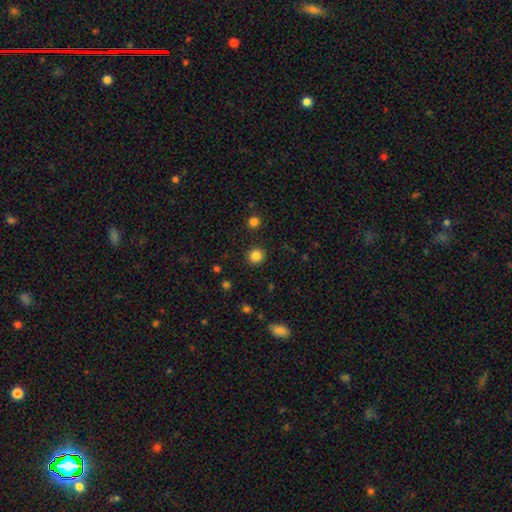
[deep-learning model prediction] smooth_or_featured: smooth (p=0.84) [alt: star or artifact p=0.11]
how_rounded: round (p=0.91) [alt: in between p=0.08]
merging: none (p=0.91) [alt: minor disturbance p=0.05]